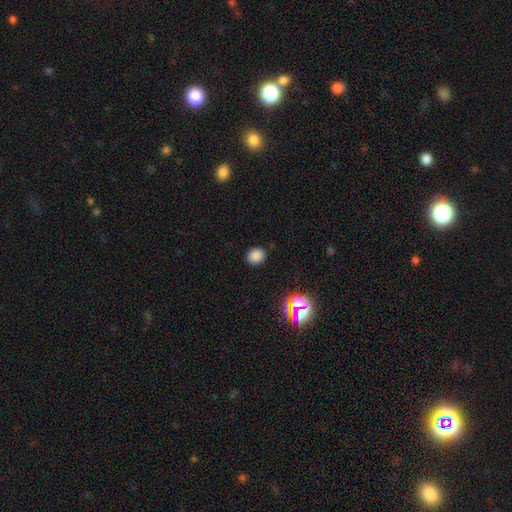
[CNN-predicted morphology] A smooth galaxy with no disk features (79%) that is round (78%). Merging: none (88%).